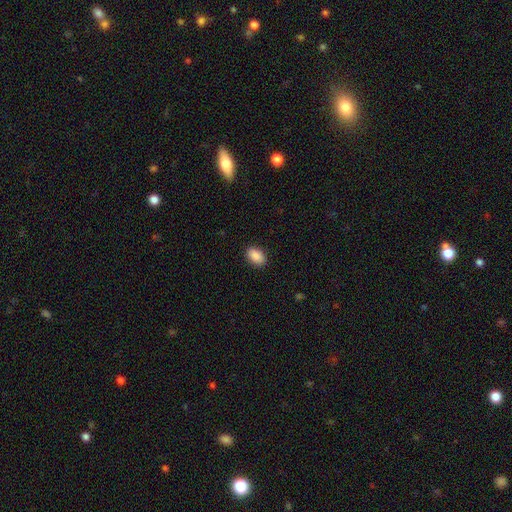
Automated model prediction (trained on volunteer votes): Q: Smooth or featured?
A: smooth (90%); runner-up: star or artifact (7%)
Q: How rounded?
A: in between (89%); runner-up: round (9%)
Q: Merging?
A: none (89%); runner-up: minor disturbance (8%)